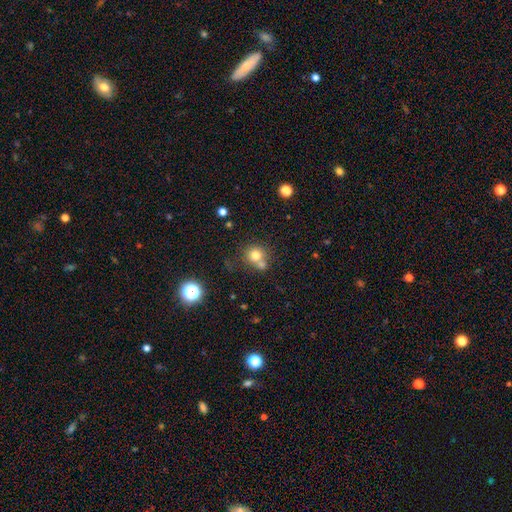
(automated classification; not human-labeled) A smooth galaxy with no disk features (75%) that is round (85%). Merging: none (51%).